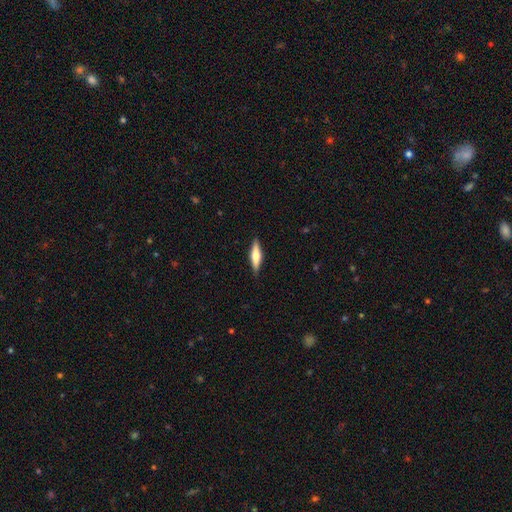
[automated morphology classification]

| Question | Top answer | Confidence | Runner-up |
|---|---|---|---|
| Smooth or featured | featured or disk | 48% | smooth (47%) |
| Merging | none | 89% | minor disturbance (8%) |